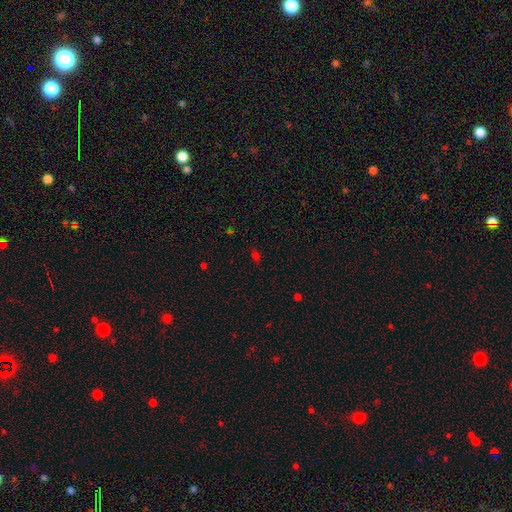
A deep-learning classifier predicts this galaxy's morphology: smooth_or_featured: smooth (p=0.54) [alt: star or artifact p=0.38]
how_rounded: in between (p=0.76) [alt: round p=0.19]
merging: none (p=0.79) [alt: minor disturbance p=0.13]